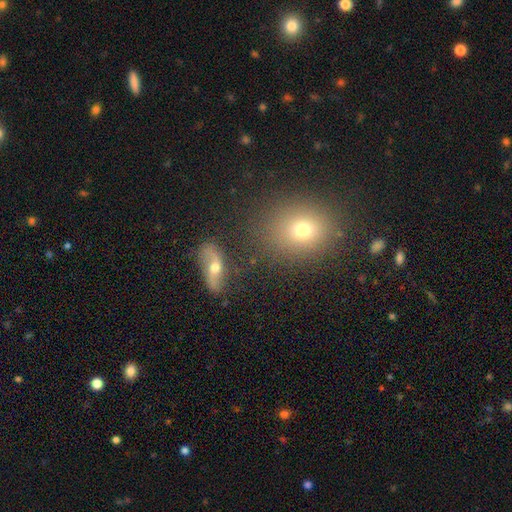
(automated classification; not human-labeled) smooth_or_featured: smooth (p=0.49) [alt: featured or disk p=0.26]
merging: none (p=0.75) [alt: minor disturbance p=0.12]